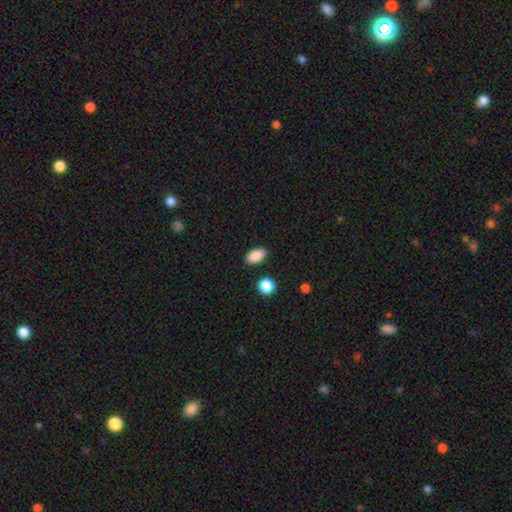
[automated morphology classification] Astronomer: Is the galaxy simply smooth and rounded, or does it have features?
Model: smooth — 88%.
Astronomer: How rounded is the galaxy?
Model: in between — 91%.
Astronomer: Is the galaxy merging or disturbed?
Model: none — 88%.